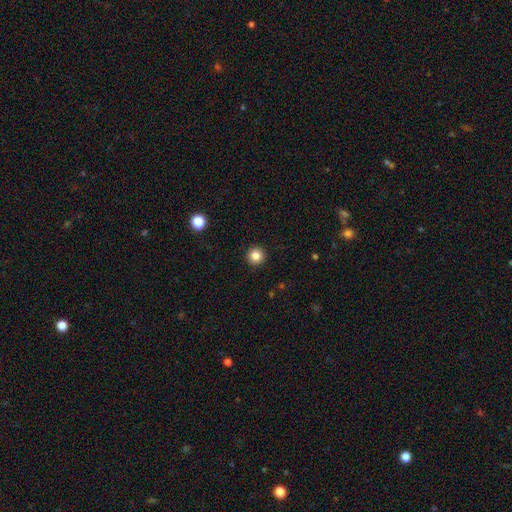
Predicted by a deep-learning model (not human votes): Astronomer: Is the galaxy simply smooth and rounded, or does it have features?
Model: smooth — 84%.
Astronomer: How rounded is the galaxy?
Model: round — 96%.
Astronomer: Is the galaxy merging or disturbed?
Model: none — 94%.